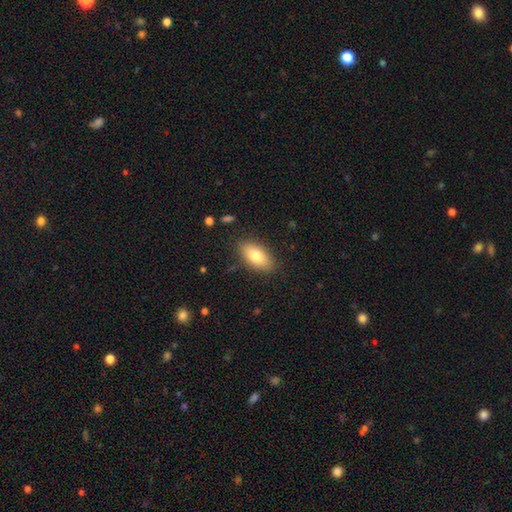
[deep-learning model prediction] A smooth galaxy with no disk features (79%) that is in between round and cigar-shaped (90%).

Vote fractions:
- Smooth or featured? smooth: 79% / featured or disk: 14% / star or artifact: 7%
- How rounded? in between: 90% / cigar-shaped: 6% / round: 3%
- Merging? none: 85% / minor disturbance: 11% / major disturbance: 3% / merger: 1%